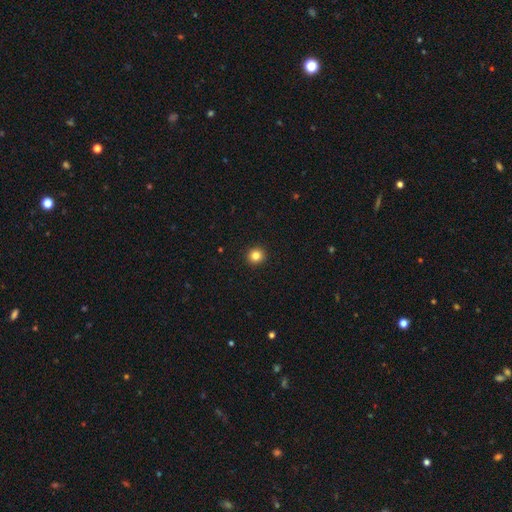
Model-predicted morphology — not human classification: Smooth or featured?
  - smooth: 83% *
  - star or artifact: 12%
  - featured or disk: 5%
How rounded?
  - round: 94% *
  - in between: 5%
  - cigar-shaped: 1%
Merging?
  - none: 93% *
  - minor disturbance: 4%
  - major disturbance: 1%
  - merger: 1%